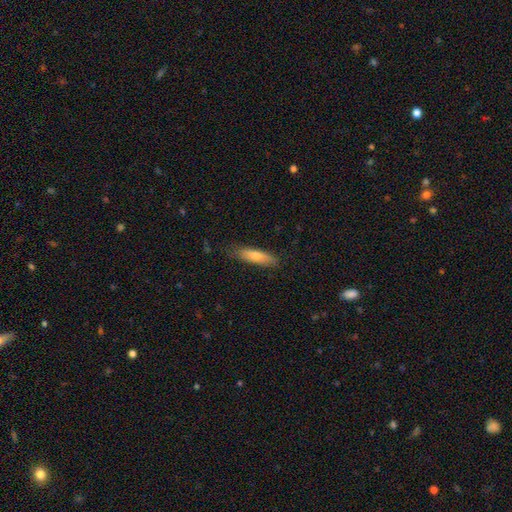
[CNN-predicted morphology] smooth_or_featured: smooth (p=0.67) [alt: featured or disk p=0.26]
how_rounded: cigar-shaped (p=0.77) [alt: in between p=0.21]
merging: none (p=0.80) [alt: minor disturbance p=0.16]